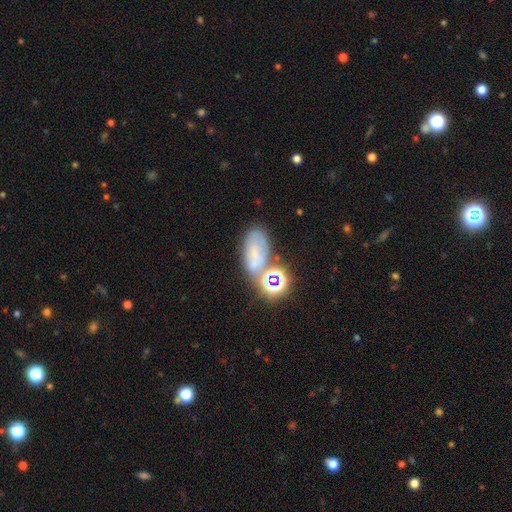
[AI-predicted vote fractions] Overall: smooth (42%; star or artifact 30%). Merging: none (48%; merger 21%).